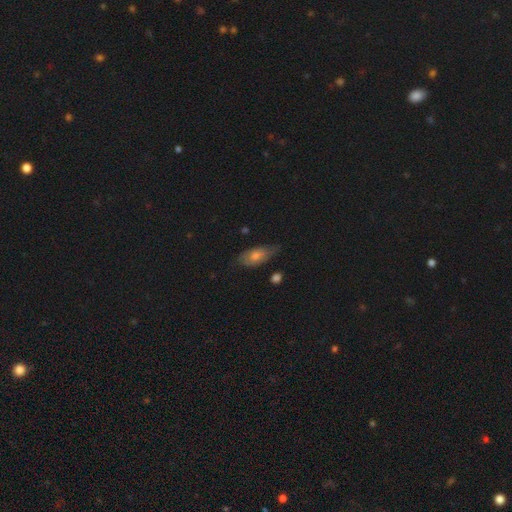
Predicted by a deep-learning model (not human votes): smooth_or_featured: smooth (p=0.60) [alt: featured or disk p=0.31]
how_rounded: in between (p=0.85) [alt: cigar-shaped p=0.11]
merging: none (p=0.63) [alt: minor disturbance p=0.28]